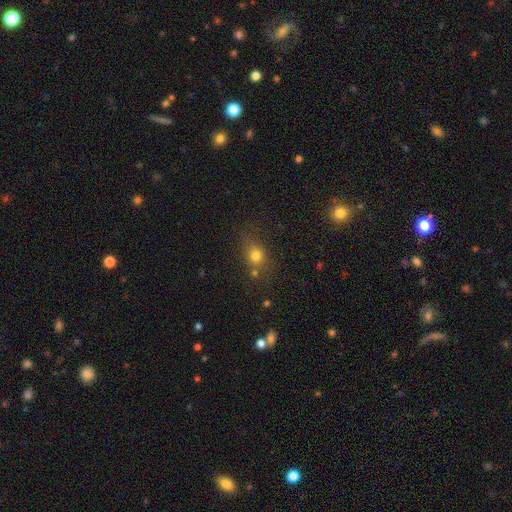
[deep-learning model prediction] Smooth or featured: smooth — 74% (star or artifact — 16%)
How rounded: round — 63% (in between — 34%)
Merging: none — 67% (minor disturbance — 16%)